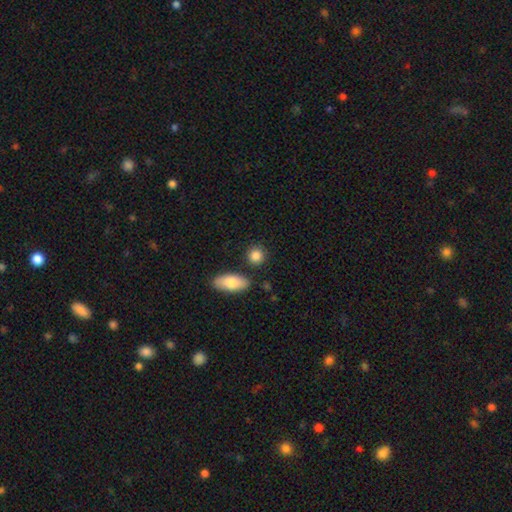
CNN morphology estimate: Smooth or featured? smooth (86%)
How rounded? round (78%)
Merging? none (82%)